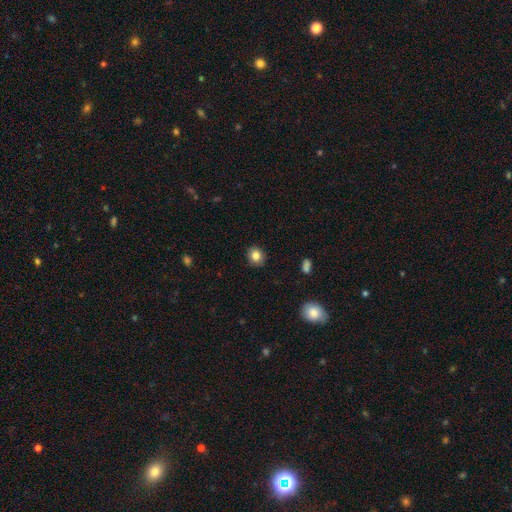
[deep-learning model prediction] Q: Smooth or featured?
A: smooth (83%); runner-up: star or artifact (10%)
Q: How rounded?
A: round (72%); runner-up: in between (27%)
Q: Merging?
A: none (89%); runner-up: minor disturbance (8%)